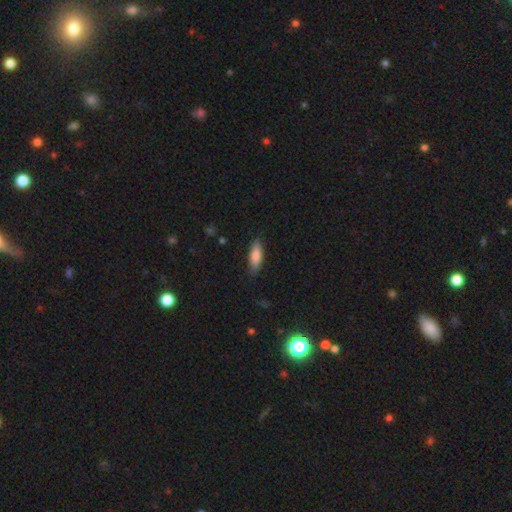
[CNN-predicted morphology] type=smooth (79%); roundness=in between (56%); merging=none (84%).